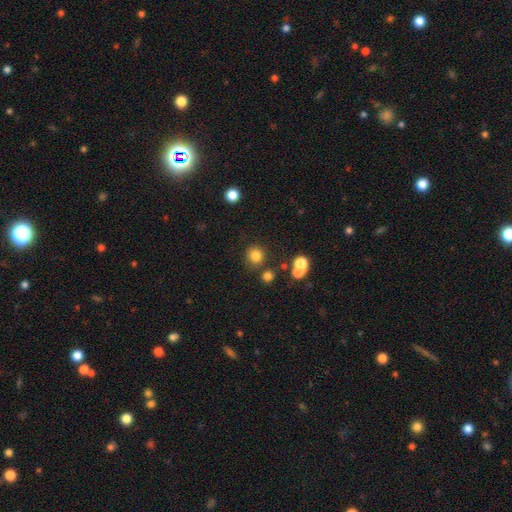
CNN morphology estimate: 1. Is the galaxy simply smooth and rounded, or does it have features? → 80% smooth, 14% star or artifact, 6% featured or disk.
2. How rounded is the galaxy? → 91% round, 8% in between, 1% cigar-shaped.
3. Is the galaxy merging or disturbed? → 80% none, 8% minor disturbance, 8% merger, 4% major disturbance.